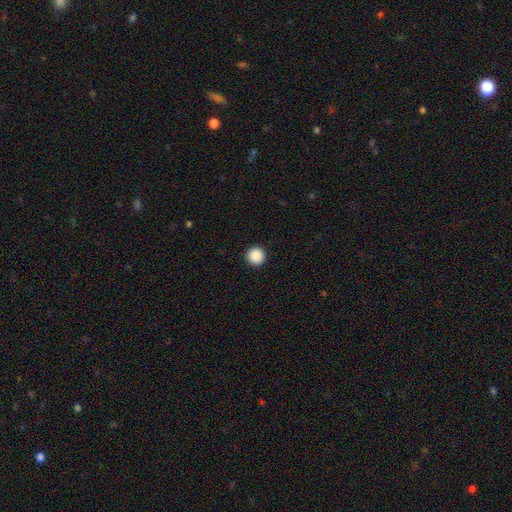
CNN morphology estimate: Q: Smooth or featured?
A: smooth (89%); runner-up: star or artifact (9%)
Q: How rounded?
A: round (96%); runner-up: in between (3%)
Q: Merging?
A: none (93%); runner-up: minor disturbance (4%)